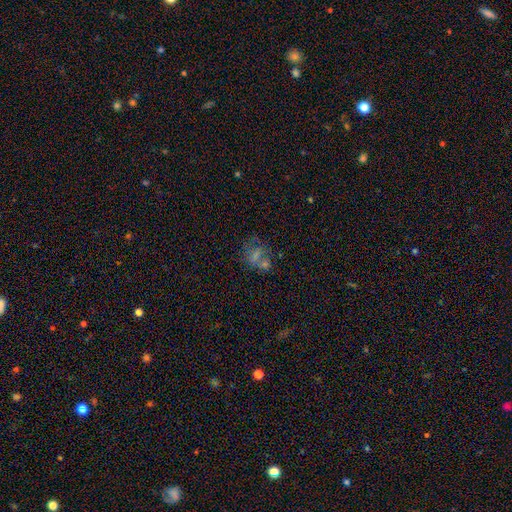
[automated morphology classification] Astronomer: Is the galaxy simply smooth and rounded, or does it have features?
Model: smooth — 52% (runner-up: featured or disk, 27%).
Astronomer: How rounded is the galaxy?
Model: in between — 55% (runner-up: round, 43%).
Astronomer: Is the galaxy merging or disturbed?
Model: none — 33% (runner-up: merger, 31%).